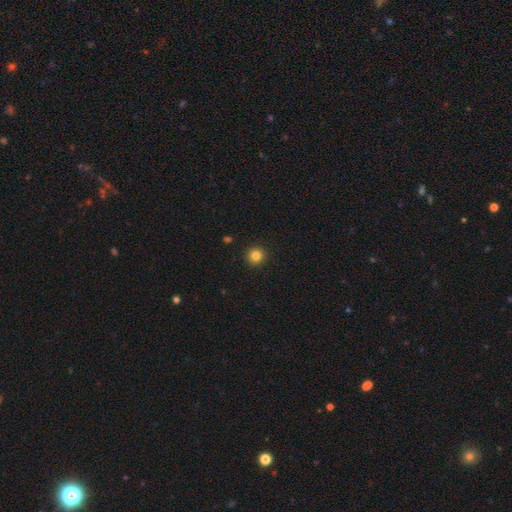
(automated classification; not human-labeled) The model was most divided on "smooth or featured": smooth: 84%, star or artifact: 12%, featured or disk: 5%. More confident: how rounded — round (94%); merging — none (93%).